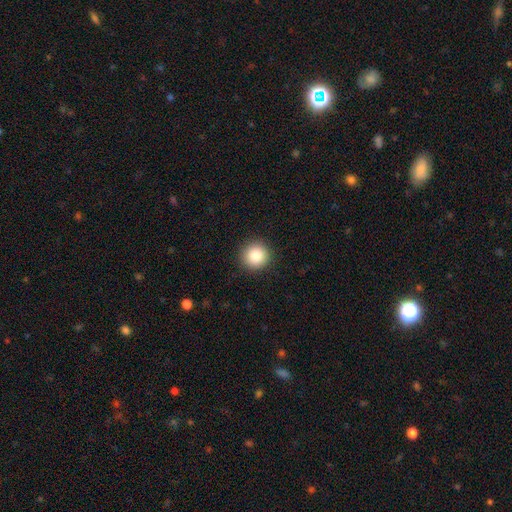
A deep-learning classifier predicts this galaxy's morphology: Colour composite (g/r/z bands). It shows a smooth galaxy with no disk features (85%) that is round (94%). Merging: none (92%).